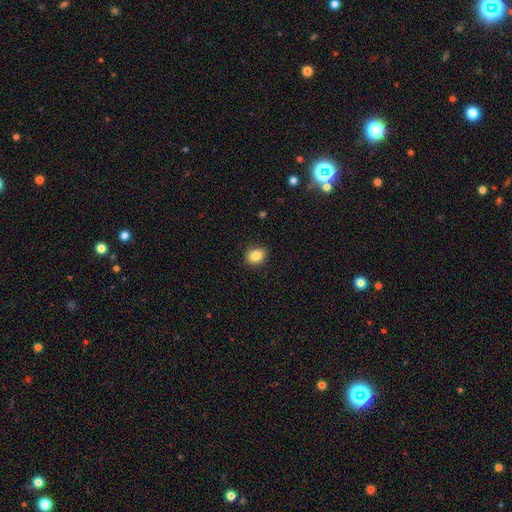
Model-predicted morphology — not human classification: Smooth or featured?
  - smooth: 84% *
  - star or artifact: 9%
  - featured or disk: 6%
How rounded?
  - round: 54% *
  - in between: 45%
  - cigar-shaped: 1%
Merging?
  - none: 86% *
  - minor disturbance: 10%
  - major disturbance: 2%
  - merger: 1%